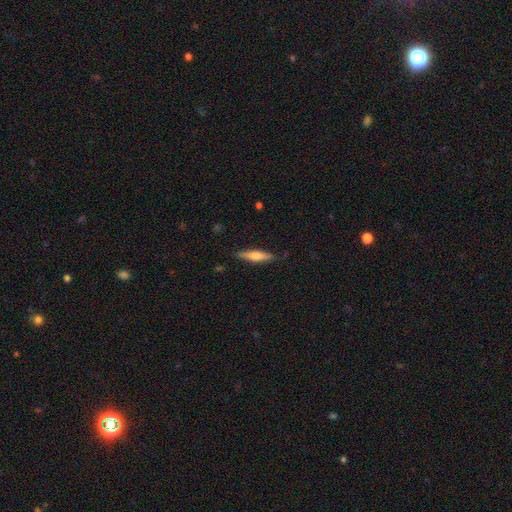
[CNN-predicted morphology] Q: Smooth or featured?
A: smooth (54%); runner-up: featured or disk (40%)
Q: How rounded?
A: cigar-shaped (80%); runner-up: in between (18%)
Q: Merging?
A: none (85%); runner-up: minor disturbance (11%)